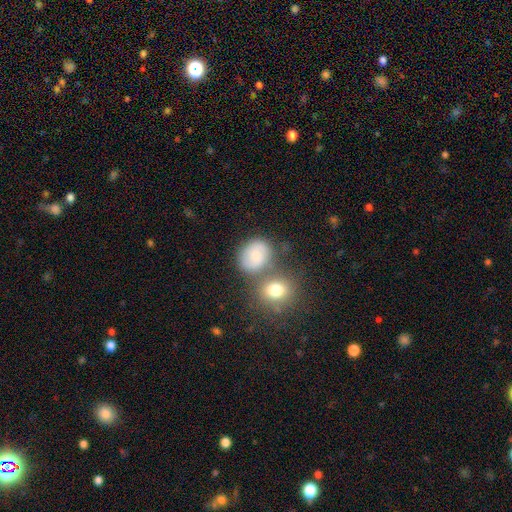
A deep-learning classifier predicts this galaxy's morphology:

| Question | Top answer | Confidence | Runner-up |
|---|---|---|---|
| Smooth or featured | smooth | 68% | featured or disk (20%) |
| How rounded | round | 62% | in between (37%) |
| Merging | none | 55% | merger (21%) |